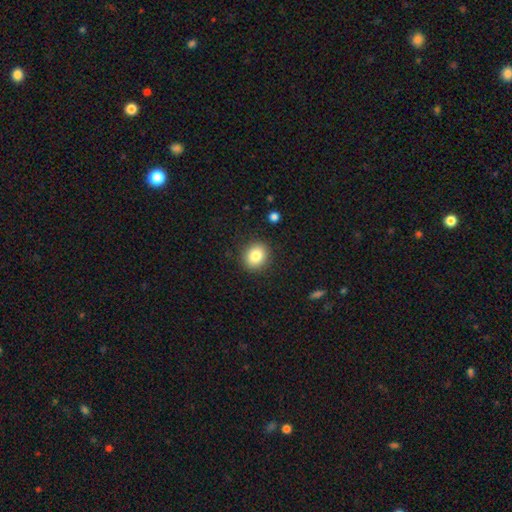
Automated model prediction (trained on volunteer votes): This appears to be a smooth galaxy with no disk features (84%) that is round (75%). Merging: none (90%).